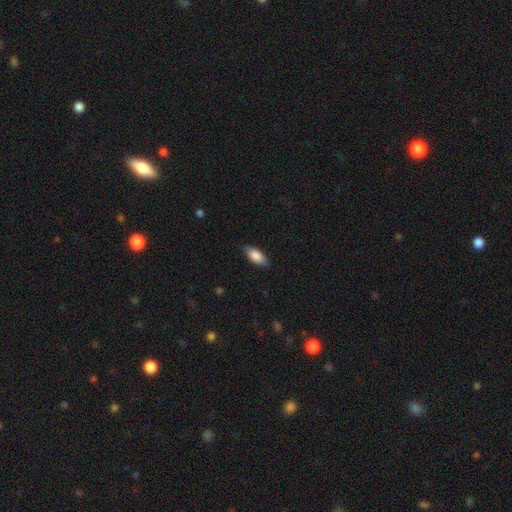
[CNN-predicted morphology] A smooth galaxy with no disk features (84%) that is in between round and cigar-shaped (86%).

Vote fractions:
- Smooth or featured? smooth: 84% / featured or disk: 10% / star or artifact: 6%
- How rounded? in between: 86% / cigar-shaped: 11% / round: 2%
- Merging? none: 84% / minor disturbance: 13% / major disturbance: 2% / merger: 1%